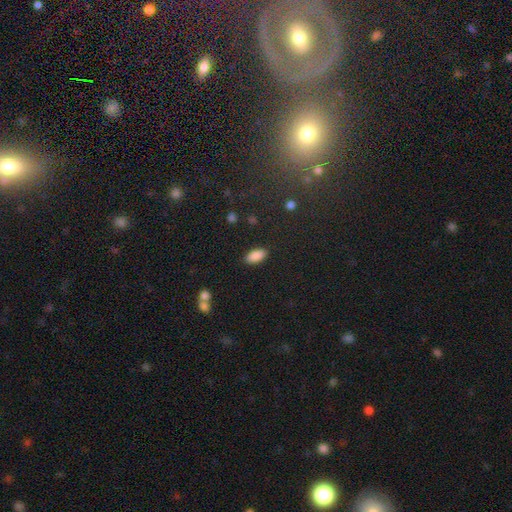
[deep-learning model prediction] Smooth or featured?
  - smooth: 88% *
  - star or artifact: 7%
  - featured or disk: 5%
How rounded?
  - in between: 91% *
  - cigar-shaped: 6%
  - round: 3%
Merging?
  - none: 87% *
  - minor disturbance: 9%
  - major disturbance: 2%
  - merger: 2%